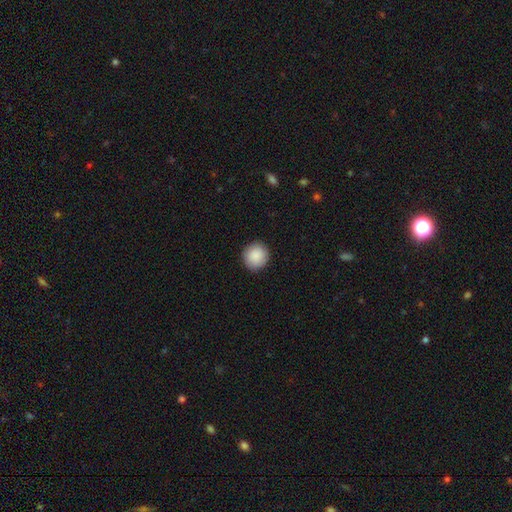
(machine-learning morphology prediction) A smooth galaxy with no disk features (90%) that is round (92%).

Vote fractions:
- Smooth or featured? smooth: 90% / star or artifact: 7% / featured or disk: 4%
- How rounded? round: 92% / in between: 7% / cigar-shaped: 1%
- Merging? none: 91% / minor disturbance: 6% / major disturbance: 2% / merger: 1%